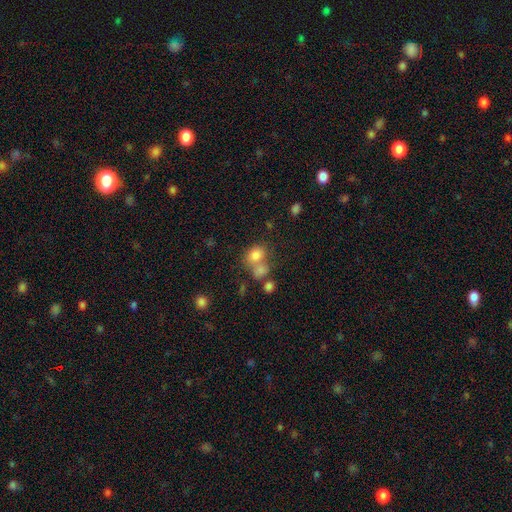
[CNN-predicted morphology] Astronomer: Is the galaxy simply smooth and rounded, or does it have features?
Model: smooth — 78%.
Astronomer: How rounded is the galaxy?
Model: round — 50% (runner-up: in between, 49%).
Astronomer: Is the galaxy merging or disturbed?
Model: merger — 43% (runner-up: none, 39%).